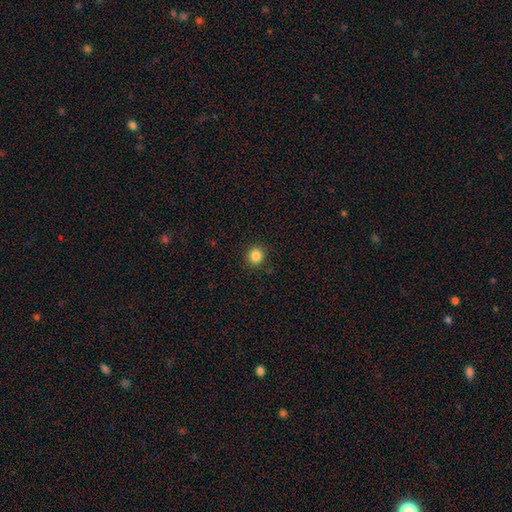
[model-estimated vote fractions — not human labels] smooth-or-featured: smooth: 85% | star or artifact: 11% | featured or disk: 4%
  how-rounded: round: 91% | in between: 8% | cigar-shaped: 1%
  merging: none: 91% | minor disturbance: 6% | major disturbance: 2% | merger: 1%